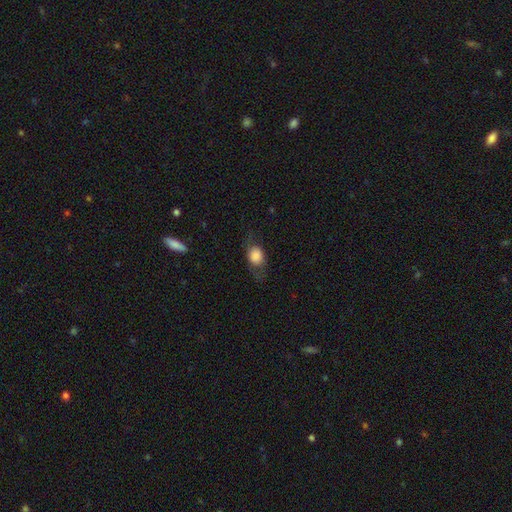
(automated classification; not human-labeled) smooth 70%, featured or disk 22%, star or artifact 8%. Down the decision tree: how rounded — in between (56%); merging — none (64%).